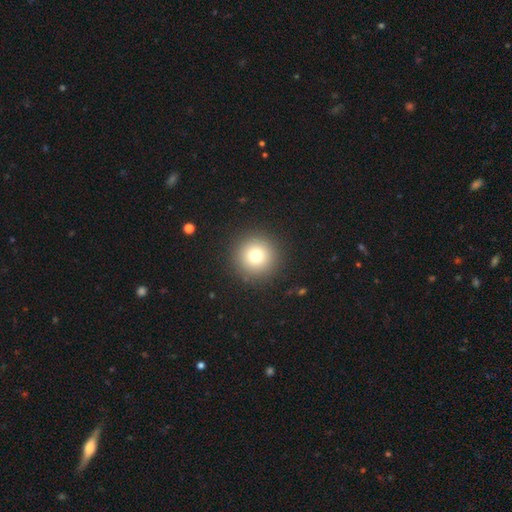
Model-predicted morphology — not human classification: smooth-or-featured: smooth: 77% | star or artifact: 13% | featured or disk: 10%
  how-rounded: round: 96% | in between: 3% | cigar-shaped: 1%
  merging: none: 92% | minor disturbance: 5% | major disturbance: 2% | merger: 1%